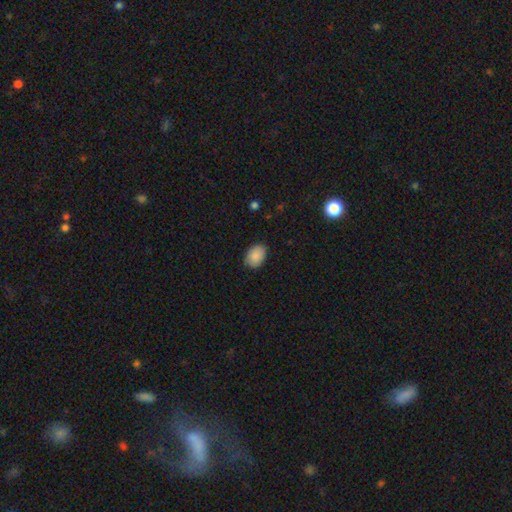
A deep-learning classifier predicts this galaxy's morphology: smooth_or_featured: smooth (p=0.89) [alt: star or artifact p=0.07]
how_rounded: in between (p=0.81) [alt: round p=0.18]
merging: none (p=0.84) [alt: minor disturbance p=0.13]